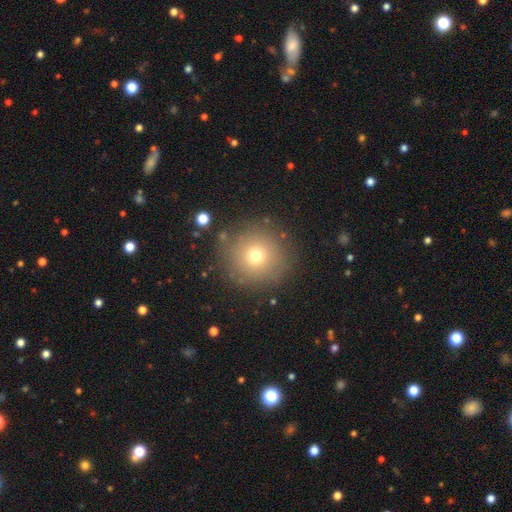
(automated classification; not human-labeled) This appears to be a smooth galaxy with no disk features (70%) that is round (95%). Merging: none (86%).